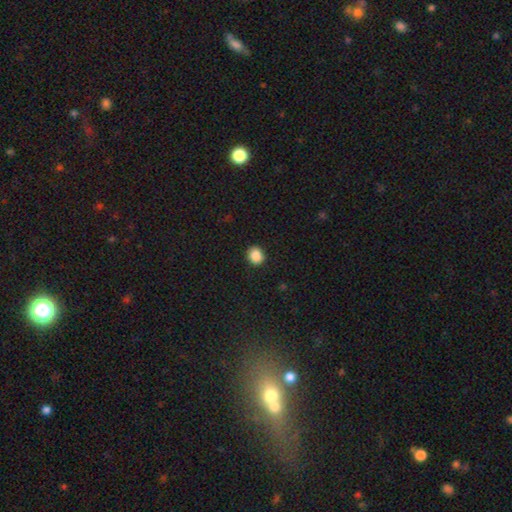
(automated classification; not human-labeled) Smooth or featured: smooth — 88% (star or artifact — 9%)
How rounded: round — 70% (in between — 29%)
Merging: none — 89% (minor disturbance — 8%)